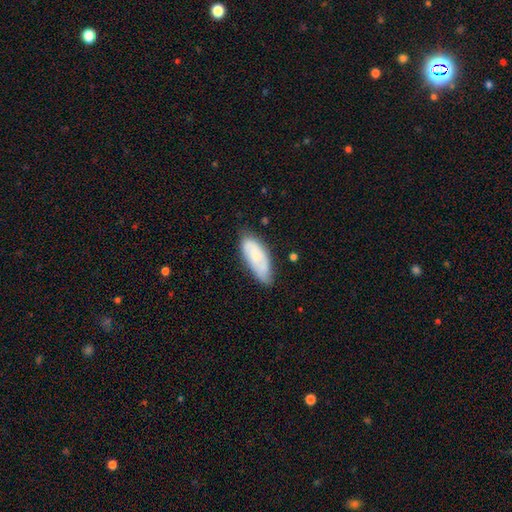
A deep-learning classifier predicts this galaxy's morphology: Smooth or featured? smooth (62%)
How rounded? in between (77%)
Merging? none (65%)